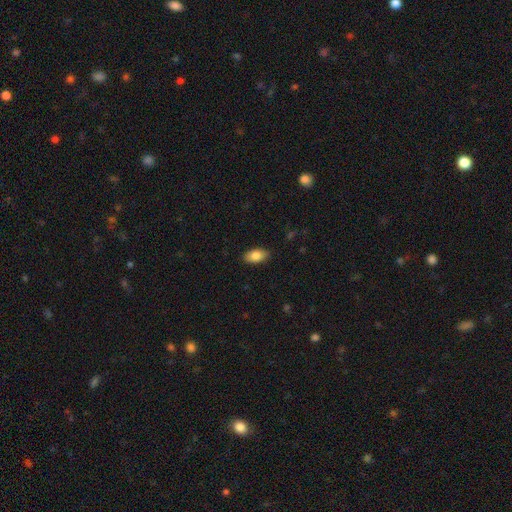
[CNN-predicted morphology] Smooth or featured? smooth (83%)
How rounded? in between (93%)
Merging? none (88%)